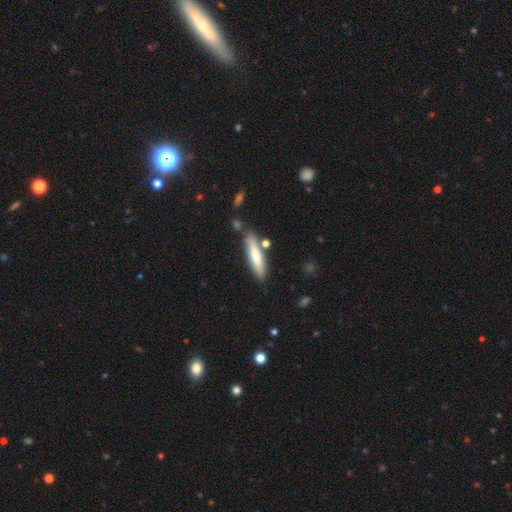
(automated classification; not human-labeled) The model was most divided on "smooth or featured": smooth: 69%, featured or disk: 25%, star or artifact: 6%. More confident: how rounded — cigar-shaped (80%); merging — none (78%).